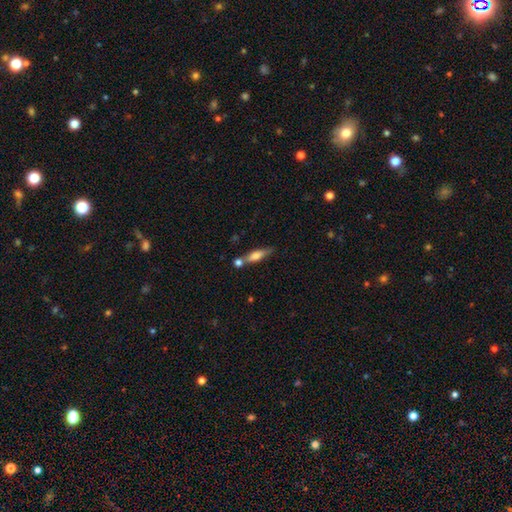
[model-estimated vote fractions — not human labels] This appears to be a smooth galaxy with no disk features (55%) that is cigar-shaped (68%). Merging: none (60%).